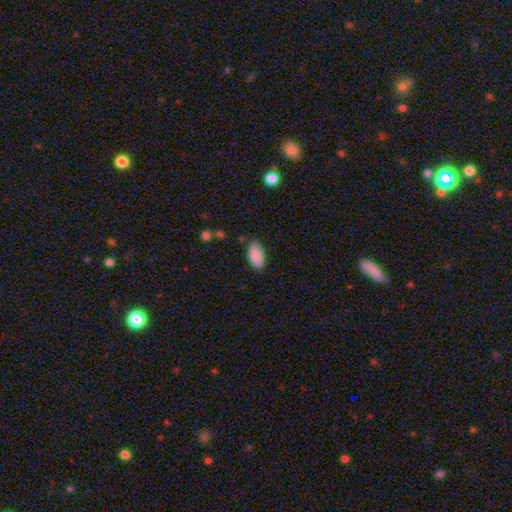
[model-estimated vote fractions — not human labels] Smooth or featured?
  - smooth: 89% *
  - star or artifact: 7%
  - featured or disk: 4%
How rounded?
  - in between: 94% *
  - cigar-shaped: 3%
  - round: 3%
Merging?
  - none: 81% *
  - minor disturbance: 15%
  - major disturbance: 3%
  - merger: 2%